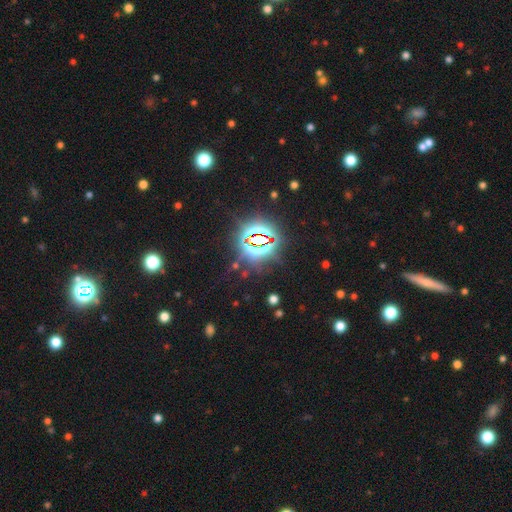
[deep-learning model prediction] Q: Smooth or featured?
A: star or artifact (78%); runner-up: smooth (15%)